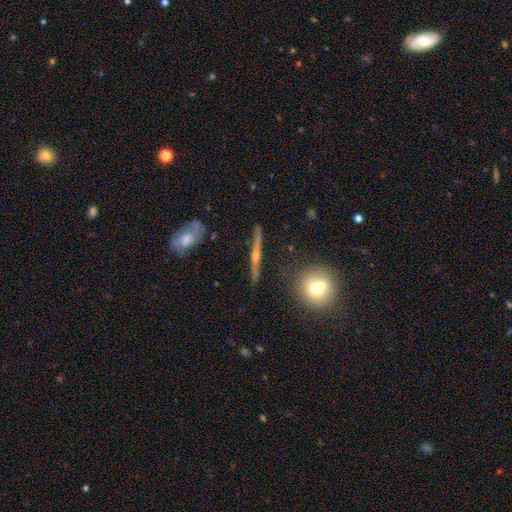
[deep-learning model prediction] A featured or disk galaxy (78%) viewed edge-on (96%) with a rounded central bulge (89%). Merging: none (88%).